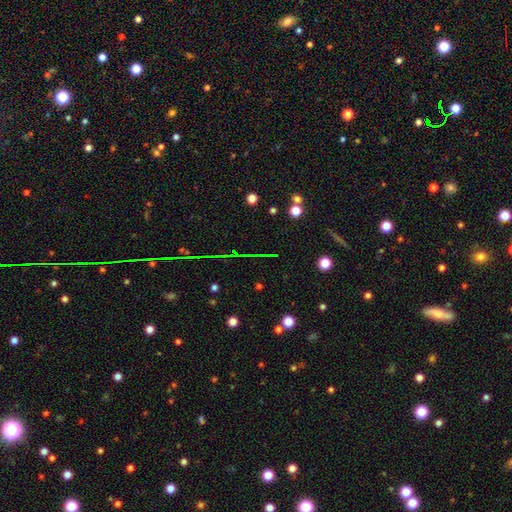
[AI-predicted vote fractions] Smooth or featured: star or artifact — 70% (smooth — 19%)